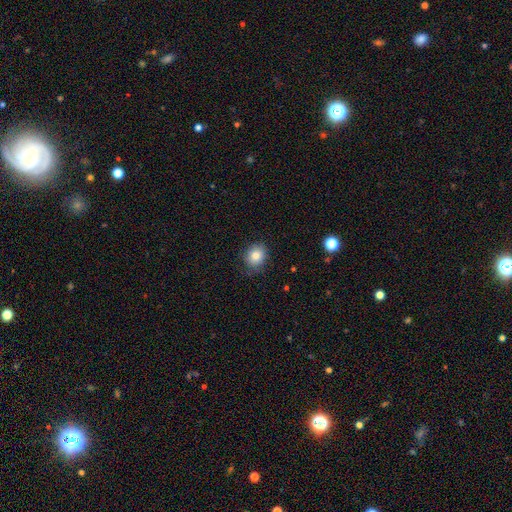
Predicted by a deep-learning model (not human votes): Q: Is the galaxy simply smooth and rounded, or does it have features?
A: smooth — 82%.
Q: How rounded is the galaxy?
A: round — 67%.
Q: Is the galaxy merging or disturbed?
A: none — 82%.